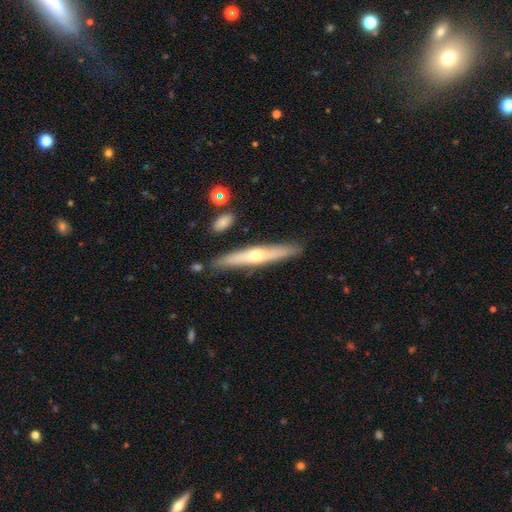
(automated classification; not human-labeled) A featured or disk galaxy (60%) viewed edge-on (93%) with a rounded central bulge (84%). Merging: none (86%).